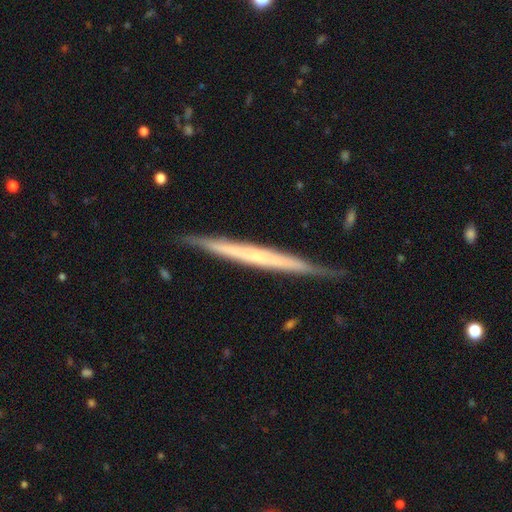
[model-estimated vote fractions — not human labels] Smooth or featured?
  - featured or disk: 67% *
  - smooth: 28%
  - star or artifact: 6%
Edge-on disk?
  - yes: 96% *
  - no: 4%
Edge-on bulge?
  - none: 72% *
  - rounded: 22%
  - boxy: 6%
Merging?
  - none: 85% *
  - minor disturbance: 12%
  - major disturbance: 2%
  - merger: 1%